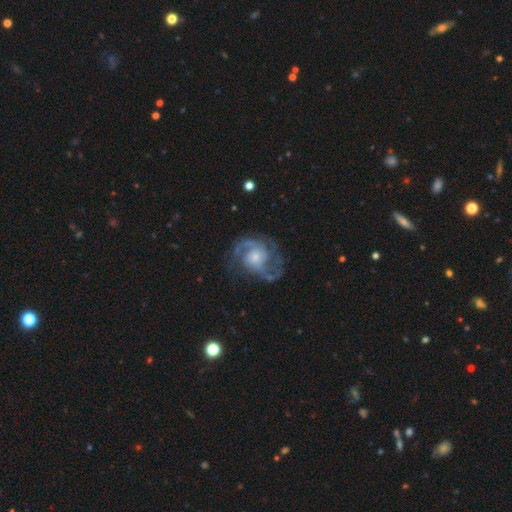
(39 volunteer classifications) This is clearly a featured or disk galaxy (87%). It is clearly not viewed edge-on (100%). Bar: likely no (65%). Spiral arm pattern: clearly yes (94%). Spiral arm count: likely 2 (66%). Spiral winding: possibly medium (53%). Central bulge: possibly small (50%). Merging: likely none (75%).